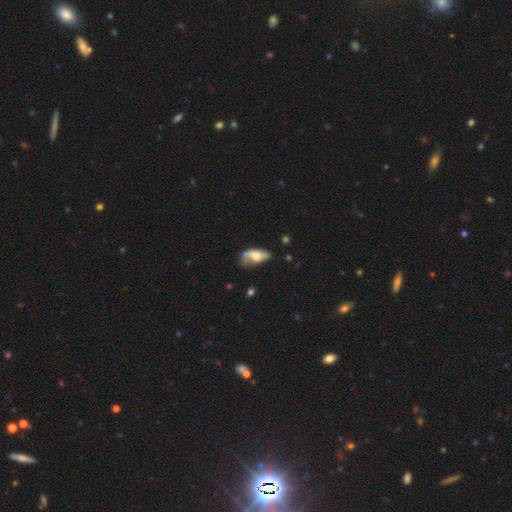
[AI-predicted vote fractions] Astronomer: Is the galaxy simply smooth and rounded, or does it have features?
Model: smooth — 51% (runner-up: featured or disk, 41%).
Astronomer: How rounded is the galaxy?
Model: in between — 85%.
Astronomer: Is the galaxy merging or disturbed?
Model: none — 35% (runner-up: minor disturbance, 32%).